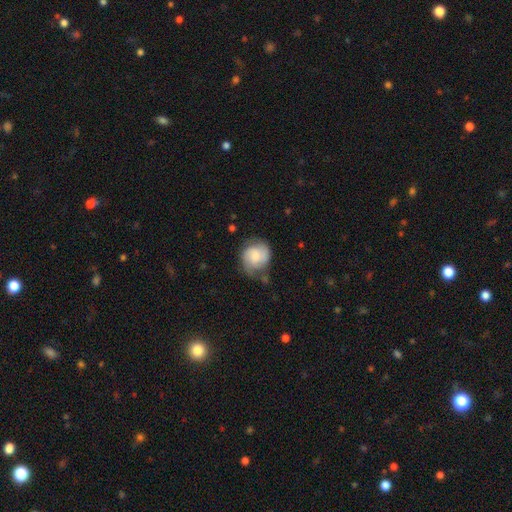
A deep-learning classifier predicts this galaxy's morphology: The model was most divided on "smooth or featured": featured or disk: 47%, smooth: 46%, star or artifact: 7%. More confident: merging — none (57%).